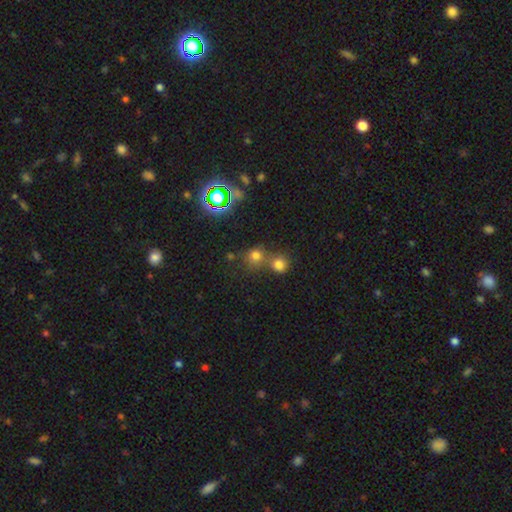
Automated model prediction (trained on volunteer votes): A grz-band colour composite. It shows a smooth galaxy with no disk features (68%) that is round (86%). Merging: none (54%).